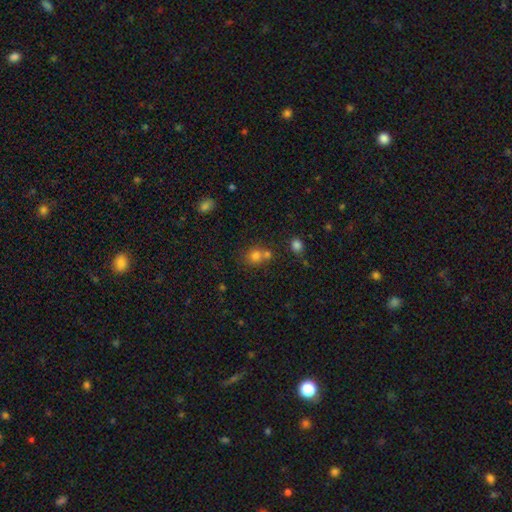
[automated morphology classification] This is likely a smooth galaxy (76%). How rounded: likely round (74%). Merging: possibly none (47%).